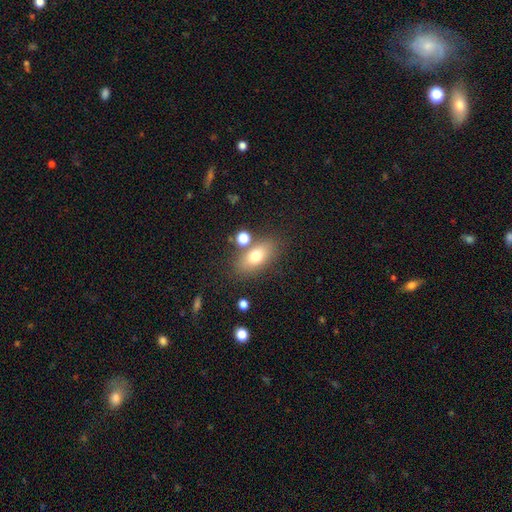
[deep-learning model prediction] A smooth galaxy with no disk features (74%) that is in between round and cigar-shaped (84%).

Vote fractions:
- Smooth or featured? smooth: 74% / featured or disk: 16% / star or artifact: 9%
- How rounded? in between: 84% / round: 9% / cigar-shaped: 7%
- Merging? none: 75% / minor disturbance: 12% / merger: 9% / major disturbance: 4%